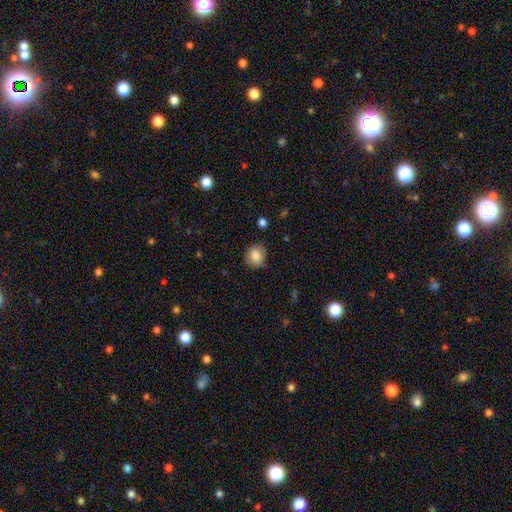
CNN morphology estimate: smooth_or_featured: smooth (p=0.85) [alt: star or artifact p=0.08]
how_rounded: round (p=0.81) [alt: in between p=0.18]
merging: none (p=0.81) [alt: minor disturbance p=0.15]